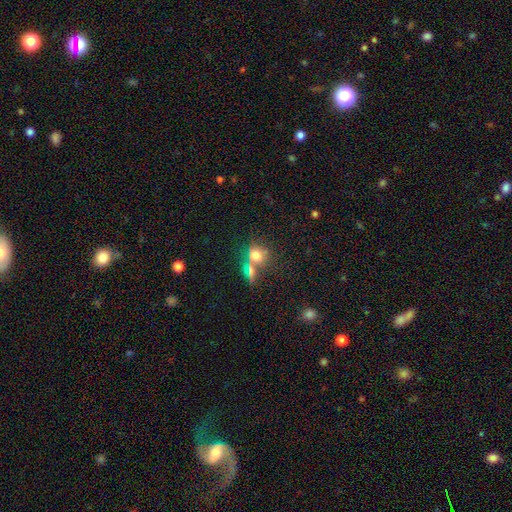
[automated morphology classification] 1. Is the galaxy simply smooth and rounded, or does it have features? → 71% smooth, 16% star or artifact, 13% featured or disk.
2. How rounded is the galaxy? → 69% round, 28% in between, 3% cigar-shaped.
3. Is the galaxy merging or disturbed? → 49% none, 34% merger, 11% minor disturbance, 6% major disturbance.